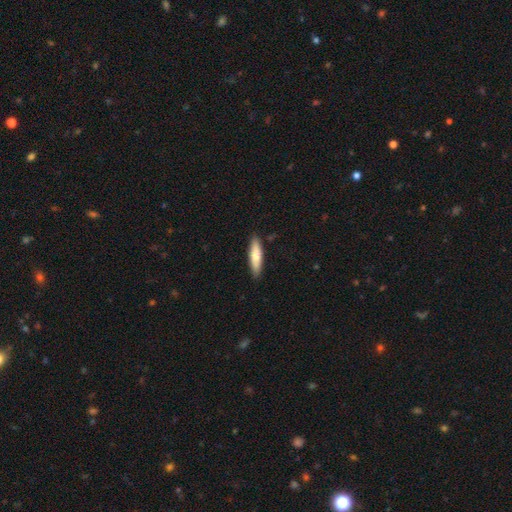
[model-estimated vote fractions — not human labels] This is likely a smooth galaxy (69%). How rounded: likely cigar-shaped (70%). Merging: clearly none (88%).